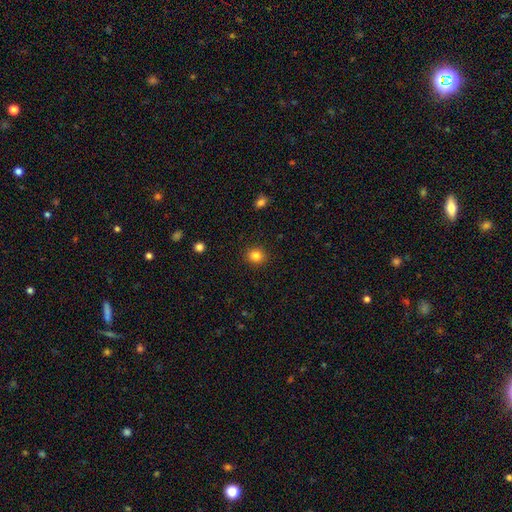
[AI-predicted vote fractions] Morphology: type=smooth (84%); roundness=round (82%); merging=none (91%).